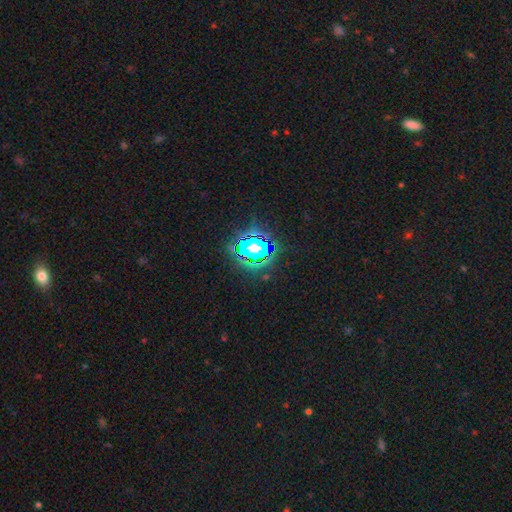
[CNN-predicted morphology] A star or artifact, not a galaxy (75%).